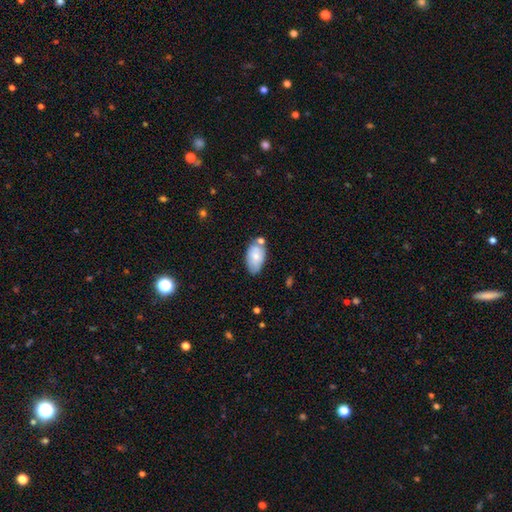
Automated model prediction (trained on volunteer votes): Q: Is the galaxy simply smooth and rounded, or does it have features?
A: smooth — 72%.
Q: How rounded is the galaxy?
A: in between — 94%.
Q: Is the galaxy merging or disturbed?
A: none — 59%.